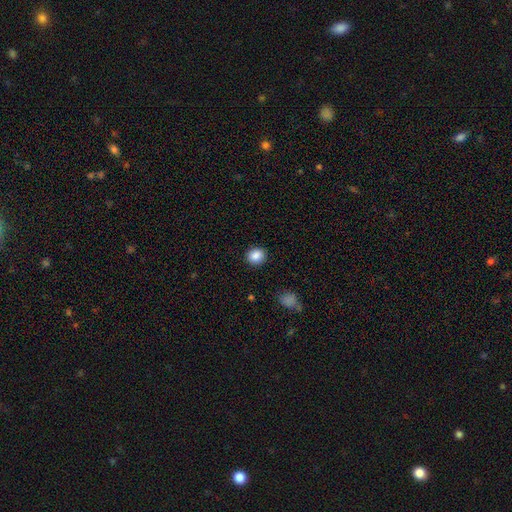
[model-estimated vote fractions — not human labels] This is clearly a smooth galaxy (87%). How rounded: likely round (79%). Merging: clearly none (90%).